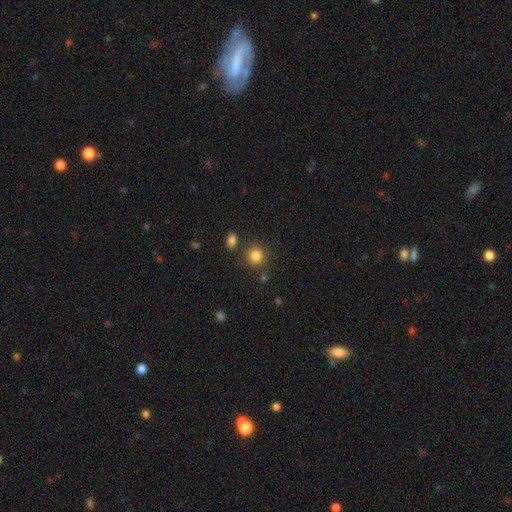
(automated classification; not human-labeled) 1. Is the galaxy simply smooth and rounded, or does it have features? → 84% smooth, 11% star or artifact, 5% featured or disk.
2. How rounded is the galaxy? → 88% round, 11% in between, 1% cigar-shaped.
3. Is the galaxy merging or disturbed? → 78% none, 10% minor disturbance, 8% merger, 4% major disturbance.